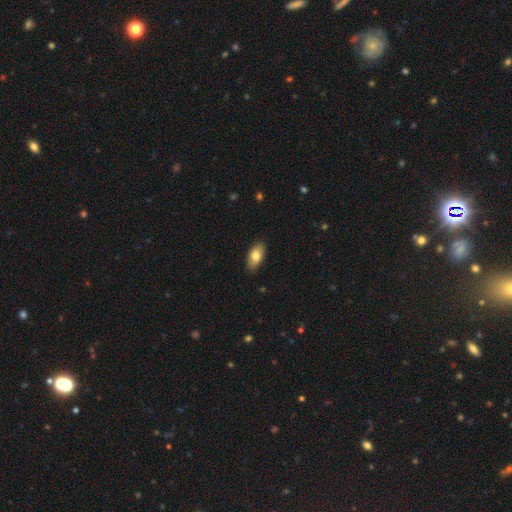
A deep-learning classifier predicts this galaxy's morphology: Smooth or featured? Predicted: smooth (p=0.78). How rounded? Predicted: in between (p=0.91). Merging? Predicted: none (p=0.87).